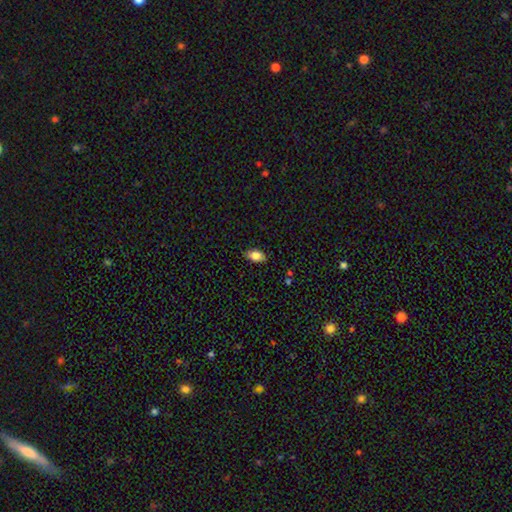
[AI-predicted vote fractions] Overall: smooth (80%). How rounded: in between (88%). Merging: none (84%).